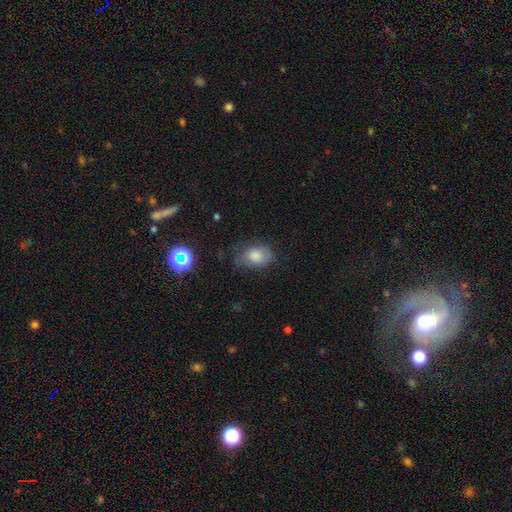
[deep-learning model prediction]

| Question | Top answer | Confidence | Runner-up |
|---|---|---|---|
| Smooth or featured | smooth | 79% | featured or disk (11%) |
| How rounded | in between | 78% | round (21%) |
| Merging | none | 53% | minor disturbance (31%) |